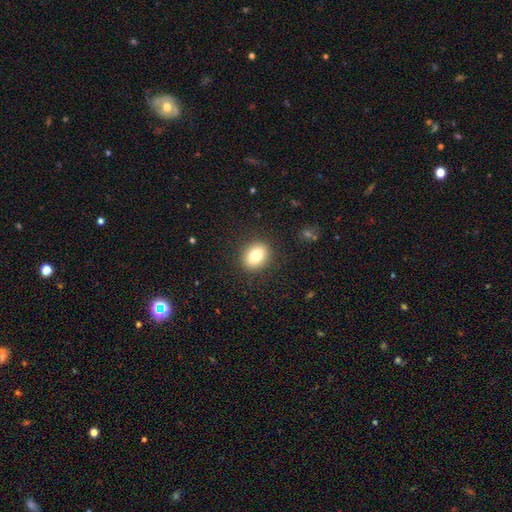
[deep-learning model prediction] Morphology: type=smooth (81%); roundness=in between (52%); merging=none (88%).